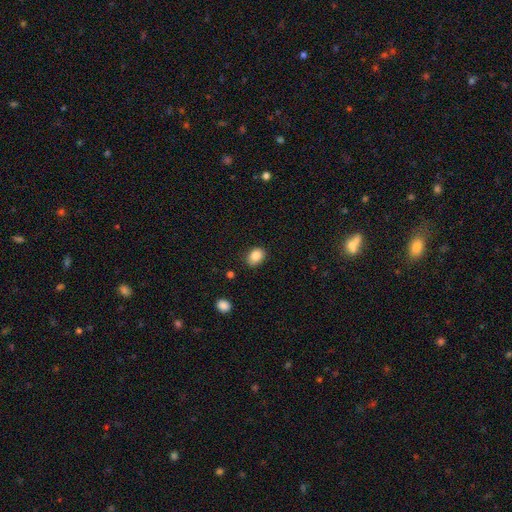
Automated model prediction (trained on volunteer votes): smooth 86%, star or artifact 9%, featured or disk 5%. Down the decision tree: how rounded — in between (61%); merging — none (83%).